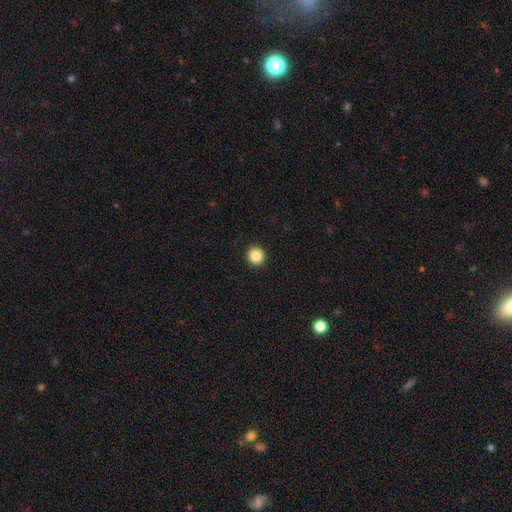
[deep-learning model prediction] This is clearly a smooth galaxy (85%). How rounded: clearly round (95%). Merging: clearly none (94%).